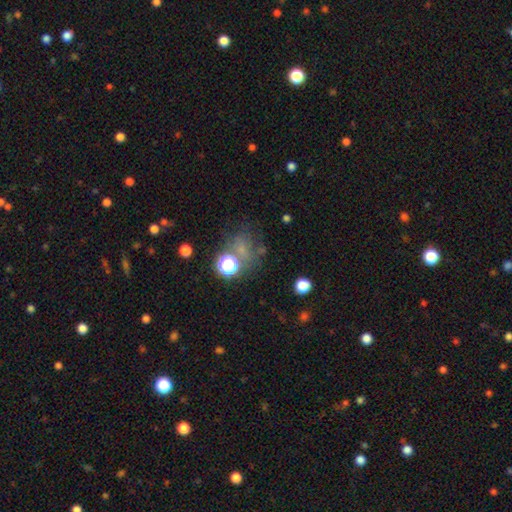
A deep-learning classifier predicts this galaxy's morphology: type=star or artifact (57%).